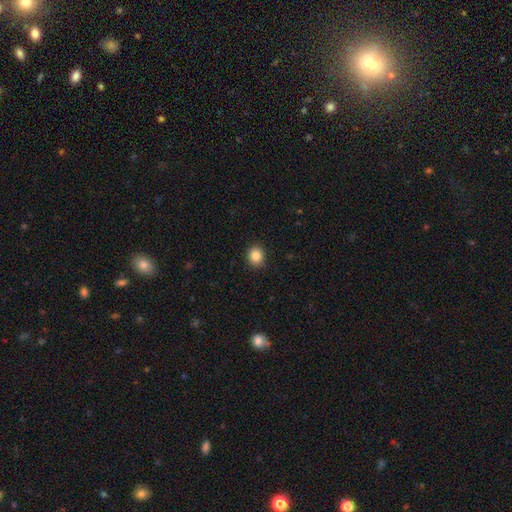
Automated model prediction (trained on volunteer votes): A smooth galaxy with no disk features (85%) that is round (79%).

Vote fractions:
- Smooth or featured? smooth: 85% / star or artifact: 10% / featured or disk: 5%
- How rounded? round: 79% / in between: 20% / cigar-shaped: 1%
- Merging? none: 90% / minor disturbance: 8% / major disturbance: 2% / merger: 1%